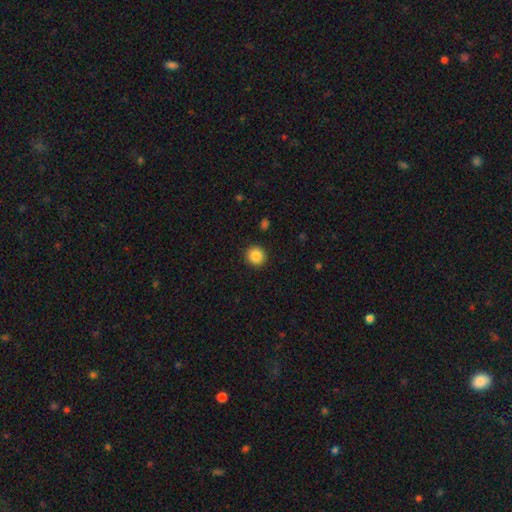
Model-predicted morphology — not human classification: This appears to be a smooth galaxy with no disk features (87%) that is round (93%). Merging: none (92%).